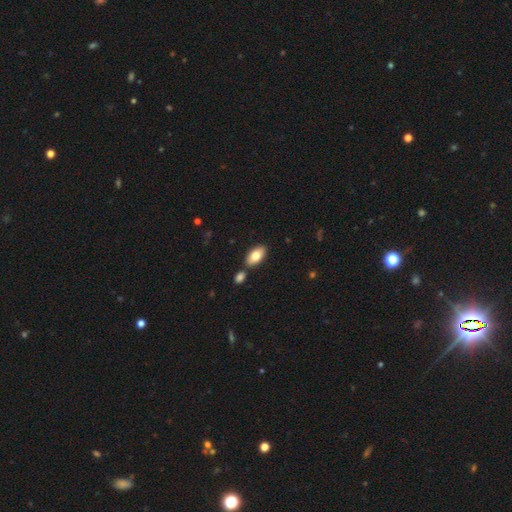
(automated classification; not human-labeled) Q: Smooth or featured?
A: smooth (79%); runner-up: featured or disk (15%)
Q: How rounded?
A: in between (93%); runner-up: cigar-shaped (4%)
Q: Merging?
A: none (77%); runner-up: merger (11%)